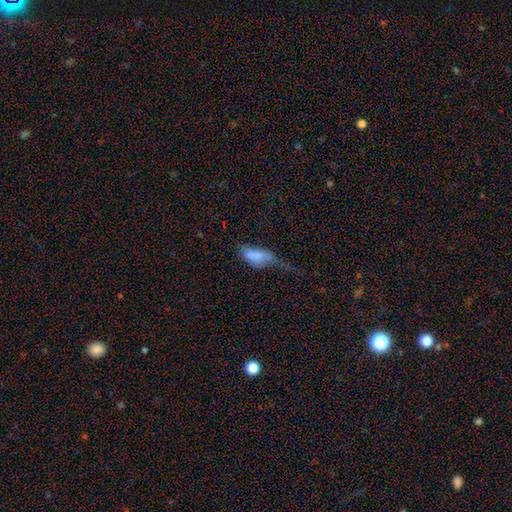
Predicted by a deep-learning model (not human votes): Smooth or featured? Predicted: smooth (p=0.72). How rounded? Predicted: in between (p=0.85). Merging? Predicted: major disturbance (p=0.53).